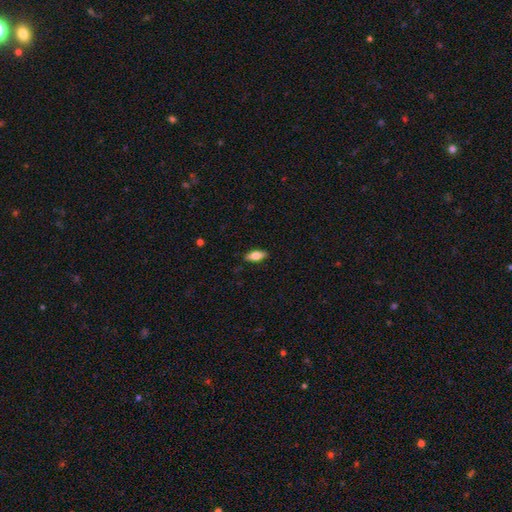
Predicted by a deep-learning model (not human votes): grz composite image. It shows a smooth galaxy with no disk features (70%) that is in between round and cigar-shaped (76%). Merging: none (87%).